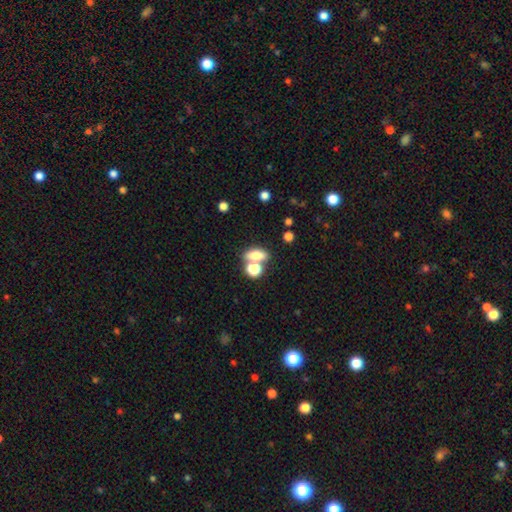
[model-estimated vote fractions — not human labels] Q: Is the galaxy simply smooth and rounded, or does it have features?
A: smooth — 73%.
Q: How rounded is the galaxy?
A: in between — 71%.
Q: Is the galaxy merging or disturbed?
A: none — 51%.